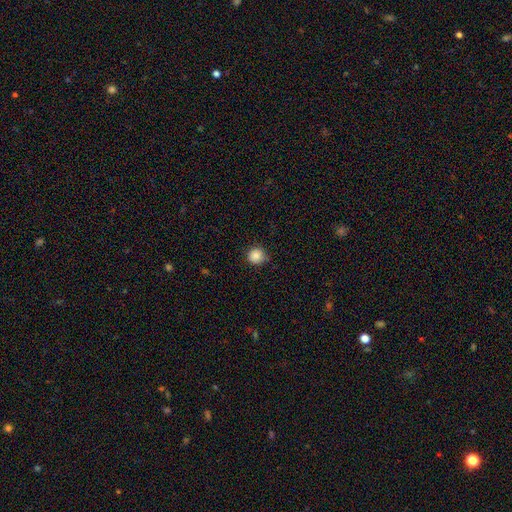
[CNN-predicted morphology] Overall: smooth (86%). How rounded: round (94%). Merging: none (85%).